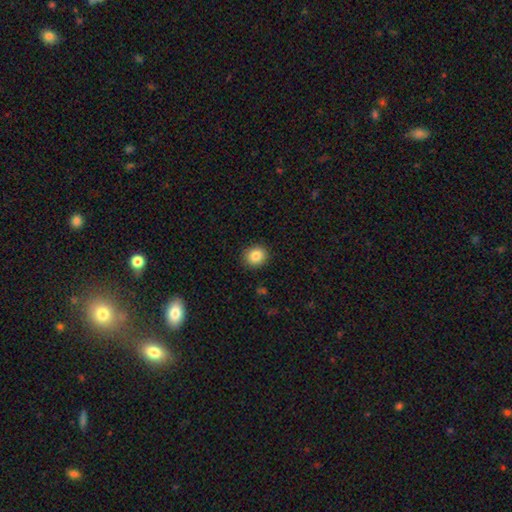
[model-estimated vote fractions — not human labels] smooth_or_featured: smooth (p=0.85) [alt: star or artifact p=0.09]
how_rounded: round (p=0.82) [alt: in between p=0.17]
merging: none (p=0.90) [alt: minor disturbance p=0.07]